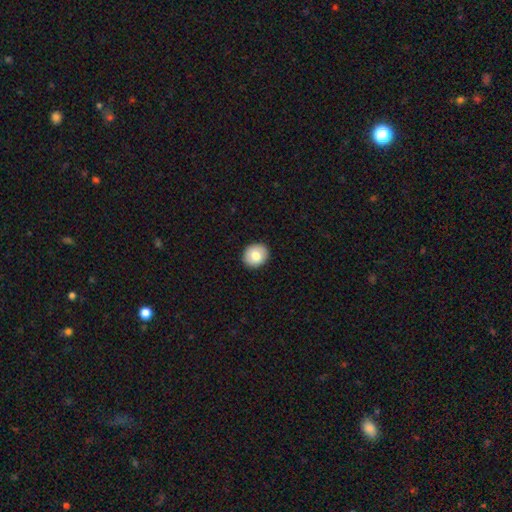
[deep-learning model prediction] Overall: smooth (78%). How rounded: round (69%; in between 30%). Merging: none (91%).